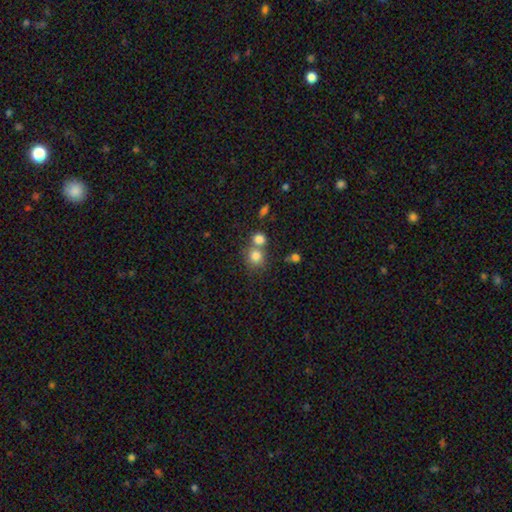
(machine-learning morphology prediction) Smooth or featured? smooth (80%)
How rounded? round (84%)
Merging? none (52%)